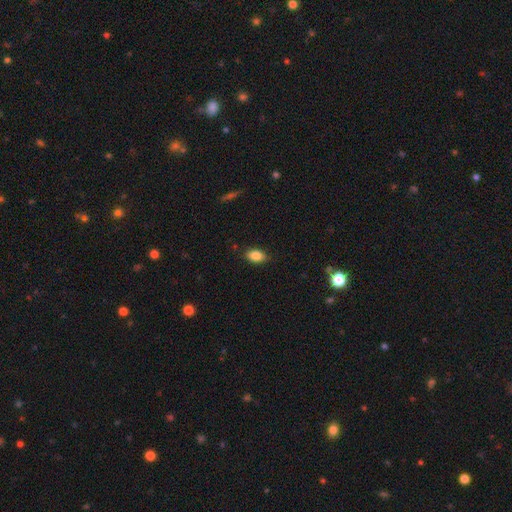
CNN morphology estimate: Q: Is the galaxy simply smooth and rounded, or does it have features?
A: smooth — 86%.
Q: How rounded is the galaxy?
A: in between — 87%.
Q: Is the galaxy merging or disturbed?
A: none — 82%.